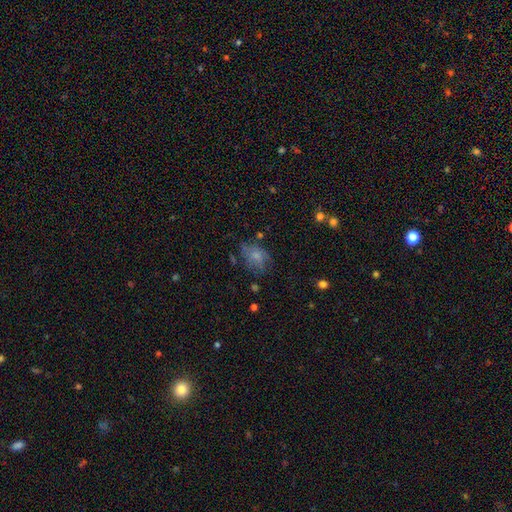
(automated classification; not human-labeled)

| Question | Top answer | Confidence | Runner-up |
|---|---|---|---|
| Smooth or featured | smooth | 63% | featured or disk (25%) |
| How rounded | in between | 71% | round (28%) |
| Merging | none | 51% | minor disturbance (27%) |